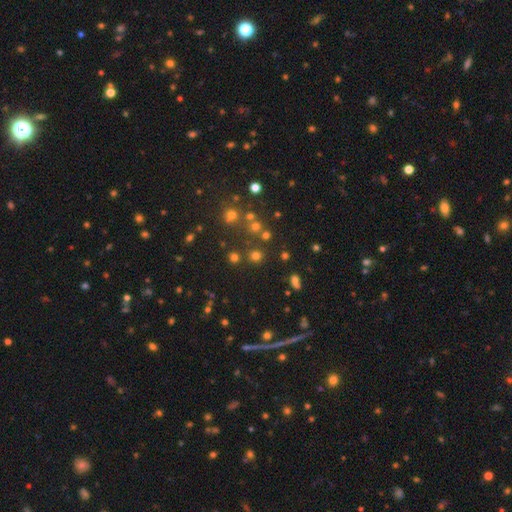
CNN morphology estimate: This appears to be a smooth galaxy with no disk features (66%) that is round (90%). Merging: none (83%).